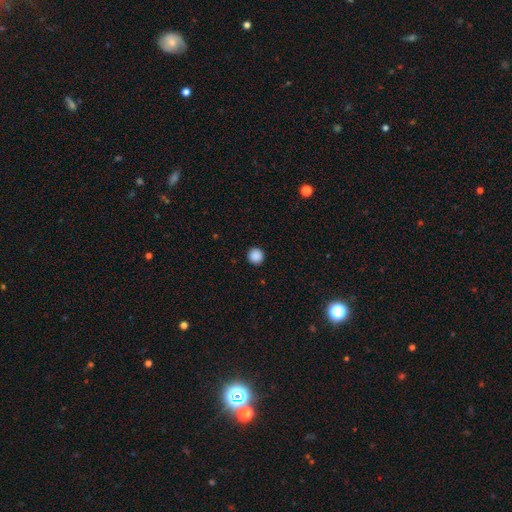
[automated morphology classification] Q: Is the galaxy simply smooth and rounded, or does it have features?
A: smooth — 88%.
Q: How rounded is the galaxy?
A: round — 95%.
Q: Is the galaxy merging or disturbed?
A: none — 93%.